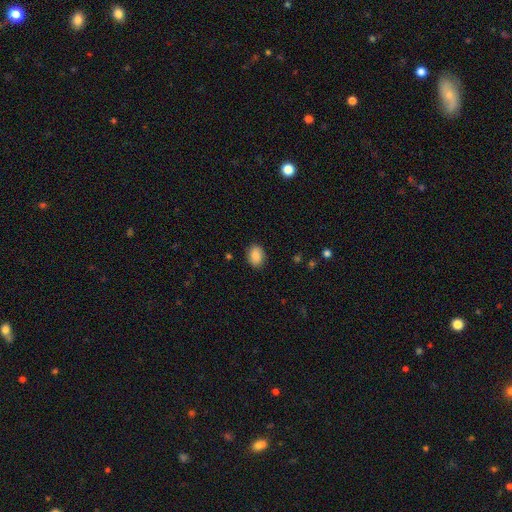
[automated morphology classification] Overall: smooth (87%). How rounded: in between (64%; round 35%). Merging: none (87%).